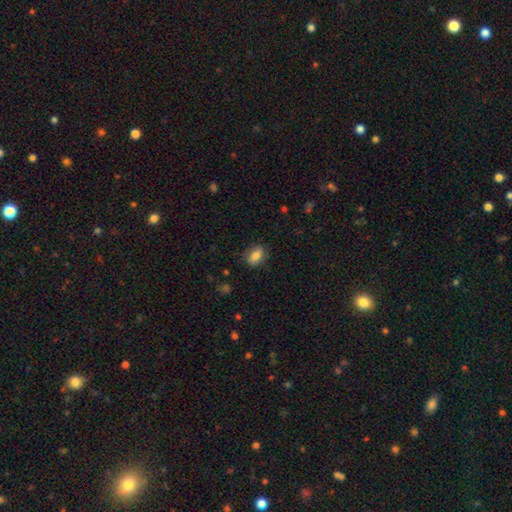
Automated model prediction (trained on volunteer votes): Overall: smooth (80%). How rounded: in between (82%). Merging: none (82%).